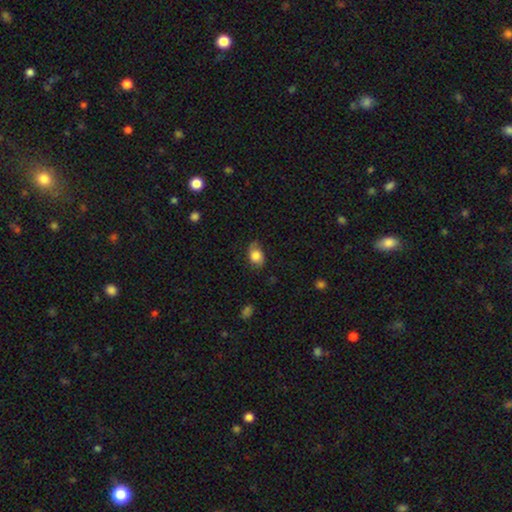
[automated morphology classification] type=smooth (80%); roundness=in between (77%); merging=none (62%).